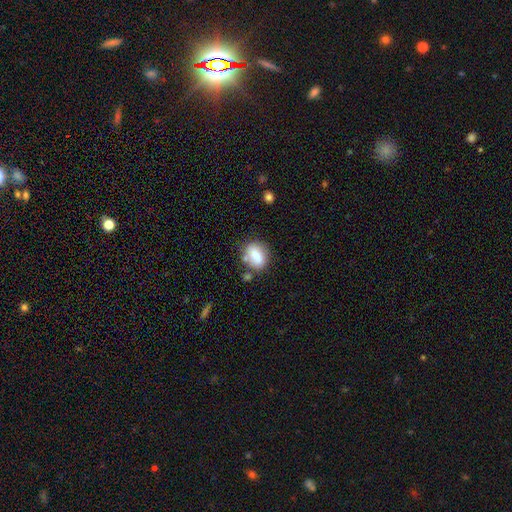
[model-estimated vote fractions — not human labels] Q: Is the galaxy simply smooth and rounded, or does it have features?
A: smooth — 75%.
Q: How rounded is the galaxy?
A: in between — 67%.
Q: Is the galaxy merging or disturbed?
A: none — 64%.